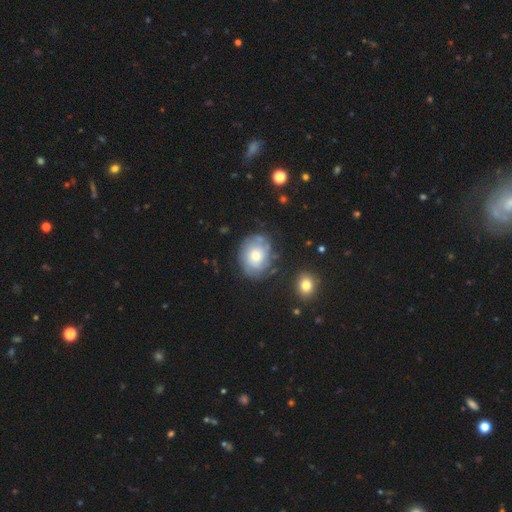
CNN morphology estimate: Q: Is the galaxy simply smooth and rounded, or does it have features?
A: featured or disk — 46%.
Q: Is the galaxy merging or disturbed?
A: none — 72%.